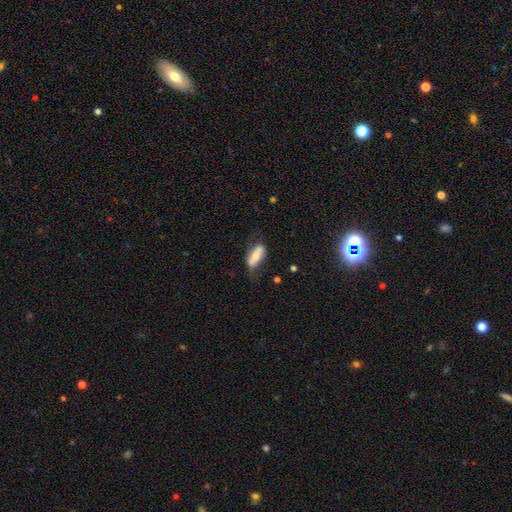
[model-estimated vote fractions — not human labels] Smooth or featured? Predicted: smooth (p=0.58). How rounded? Predicted: in between (p=0.74). Merging? Predicted: none (p=0.54).